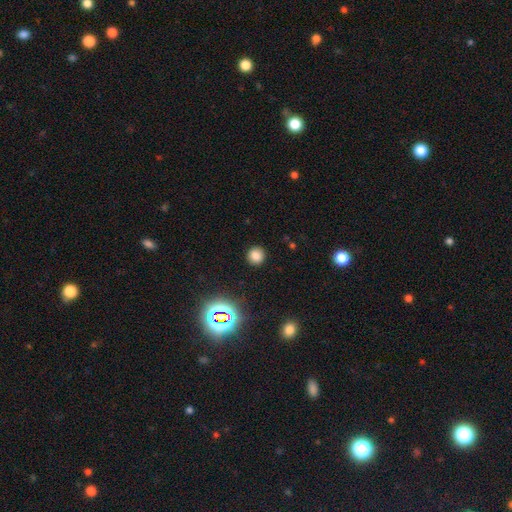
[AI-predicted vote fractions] Smooth or featured? Predicted: smooth (p=0.78). How rounded? Predicted: round (p=0.91). Merging? Predicted: none (p=0.90).